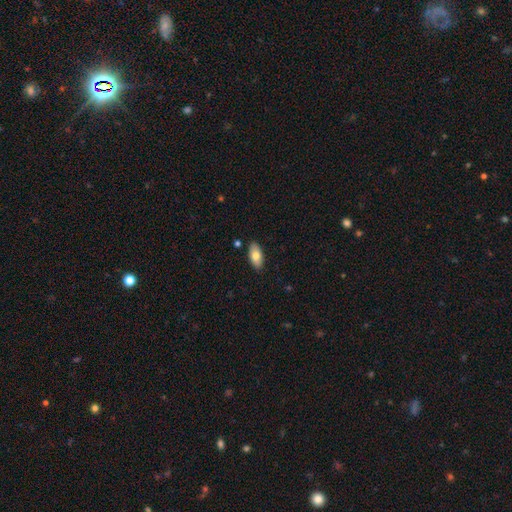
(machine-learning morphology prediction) The model was most divided on "smooth or featured": smooth: 76%, featured or disk: 18%, star or artifact: 6%. More confident: how rounded — in between (91%); merging — none (88%).